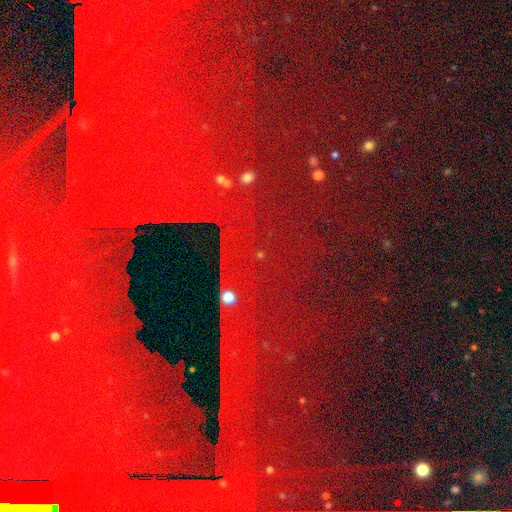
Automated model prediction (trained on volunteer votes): This is clearly a star or artifact rather than a galaxy (87%).